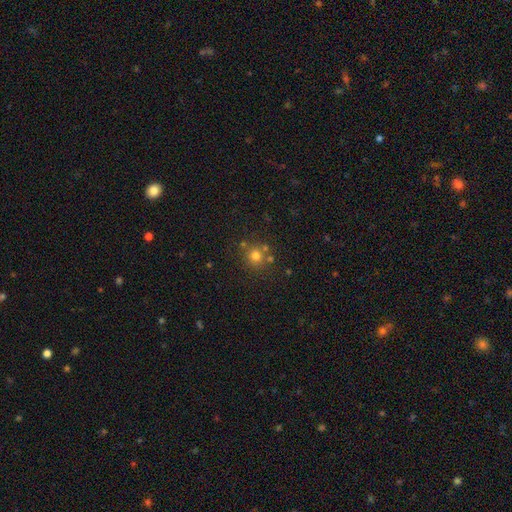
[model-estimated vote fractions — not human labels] This appears to be a smooth galaxy with no disk features (74%) that is round (91%). Merging: none (72%).